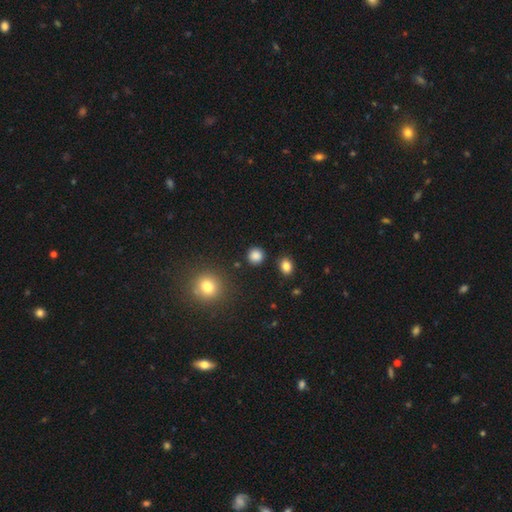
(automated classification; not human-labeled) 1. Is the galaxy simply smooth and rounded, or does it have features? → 84% smooth, 12% star or artifact, 4% featured or disk.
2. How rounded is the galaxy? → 90% round, 9% in between, 1% cigar-shaped.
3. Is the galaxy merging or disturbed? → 89% none, 6% minor disturbance, 3% major disturbance, 2% merger.